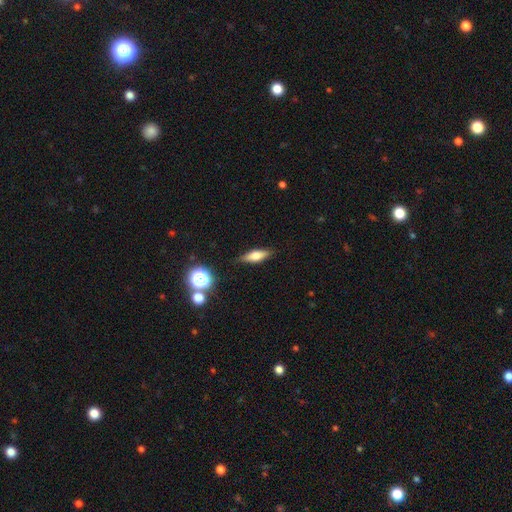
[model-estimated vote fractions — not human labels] Smooth or featured: smooth — 54% (featured or disk — 36%)
How rounded: in between — 49% (cigar-shaped — 46%)
Merging: none — 83% (minor disturbance — 12%)